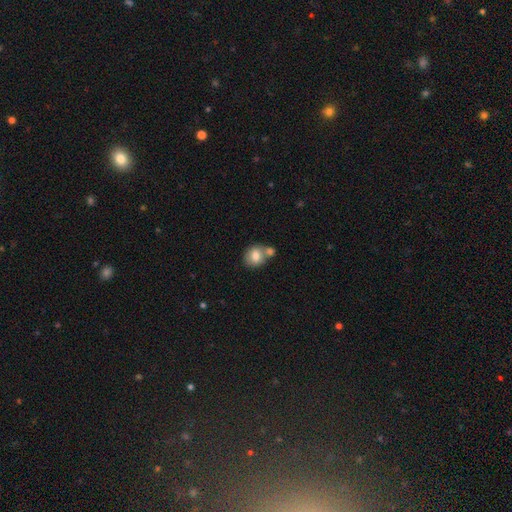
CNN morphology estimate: smooth_or_featured: smooth (p=0.79) [alt: featured or disk p=0.13]
how_rounded: round (p=0.70) [alt: in between p=0.29]
merging: none (p=0.46) [alt: merger p=0.40]